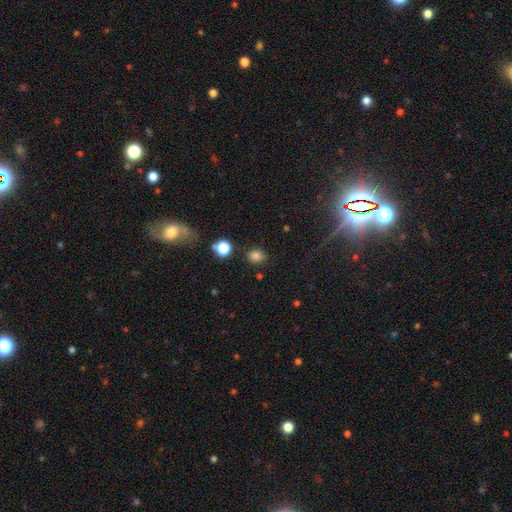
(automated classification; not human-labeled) A smooth galaxy with no disk features (80%) that is round (59%).

Vote fractions:
- Smooth or featured? smooth: 80% / star or artifact: 16% / featured or disk: 5%
- How rounded? round: 59% / in between: 40% / cigar-shaped: 1%
- Merging? none: 82% / minor disturbance: 11% / merger: 3% / major disturbance: 3%